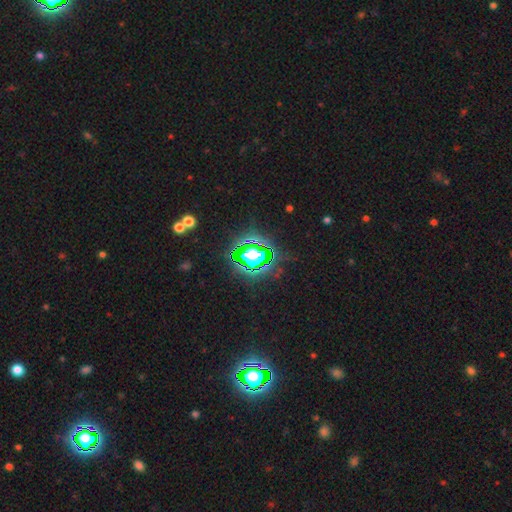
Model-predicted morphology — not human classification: type=star or artifact (65%).